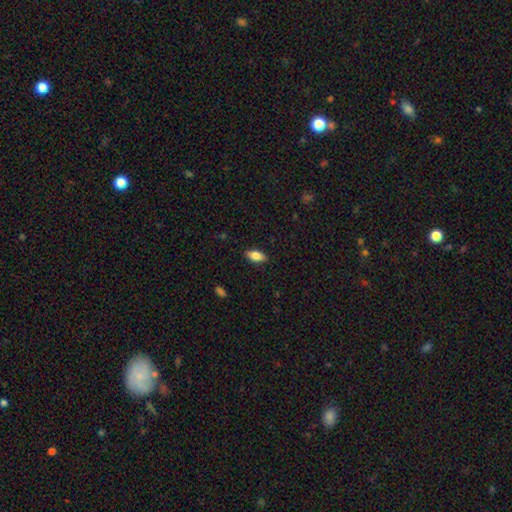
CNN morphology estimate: Smooth or featured? smooth (78%)
How rounded? in between (87%)
Merging? none (86%)